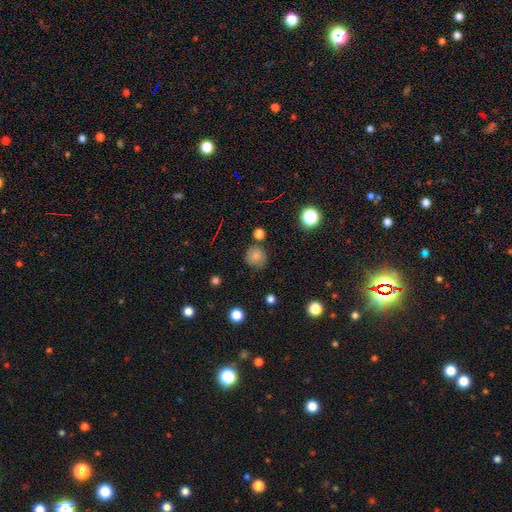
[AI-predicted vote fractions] Morphology: type=smooth (78%); roundness=round (90%); merging=none (76%).